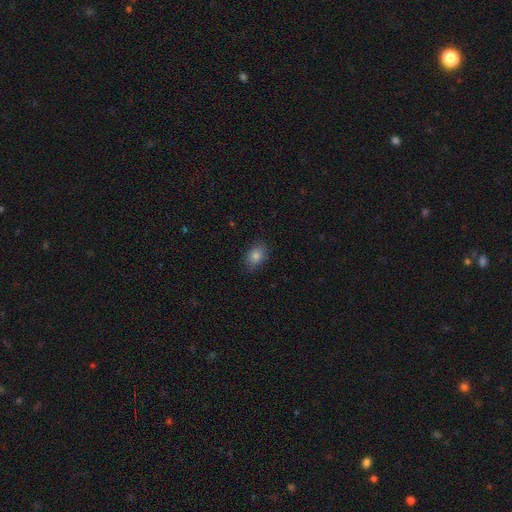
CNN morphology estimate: Q: Smooth or featured?
A: smooth (81%); runner-up: star or artifact (11%)
Q: How rounded?
A: in between (74%); runner-up: round (24%)
Q: Merging?
A: none (85%); runner-up: minor disturbance (12%)